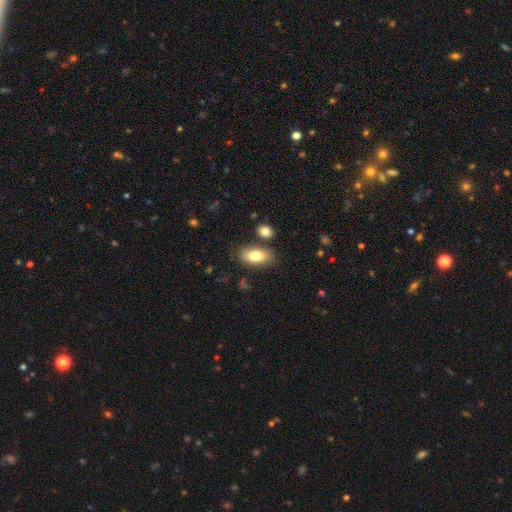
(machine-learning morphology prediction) Smooth or featured? smooth (79%)
How rounded? in between (91%)
Merging? none (77%)